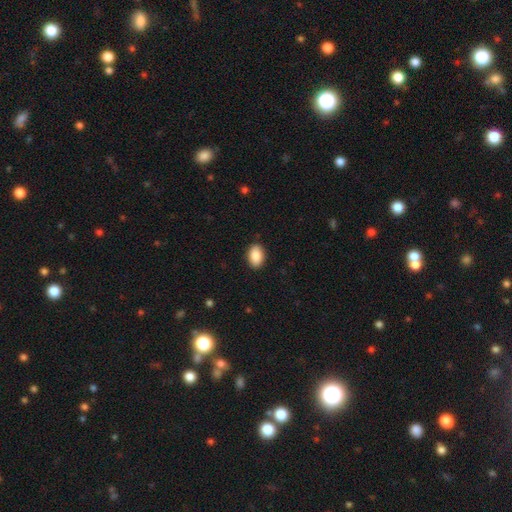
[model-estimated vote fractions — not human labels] Smooth or featured?
  - smooth: 89% *
  - star or artifact: 7%
  - featured or disk: 4%
How rounded?
  - in between: 89% *
  - round: 10%
  - cigar-shaped: 1%
Merging?
  - none: 90% *
  - minor disturbance: 7%
  - major disturbance: 2%
  - merger: 1%